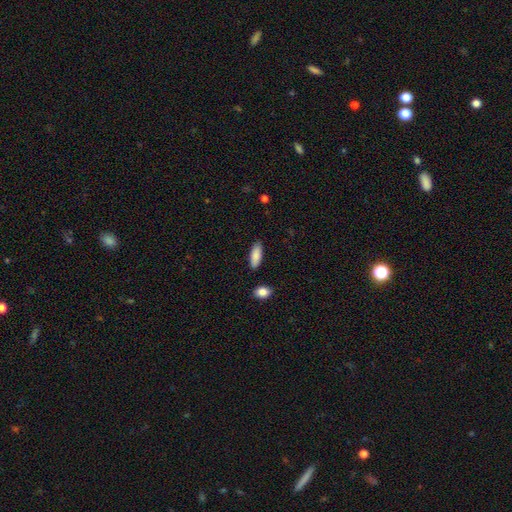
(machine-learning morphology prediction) Q: Smooth or featured?
A: smooth (88%); runner-up: featured or disk (7%)
Q: How rounded?
A: in between (72%); runner-up: cigar-shaped (26%)
Q: Merging?
A: none (86%); runner-up: minor disturbance (10%)